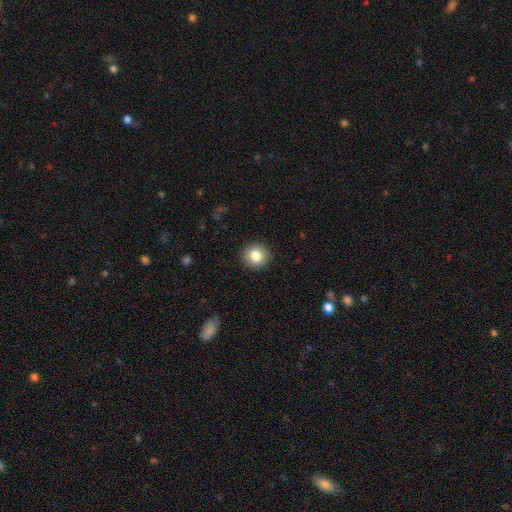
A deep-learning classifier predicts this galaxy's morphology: A smooth galaxy with no disk features (83%) that is round (89%). Merging: none (92%).